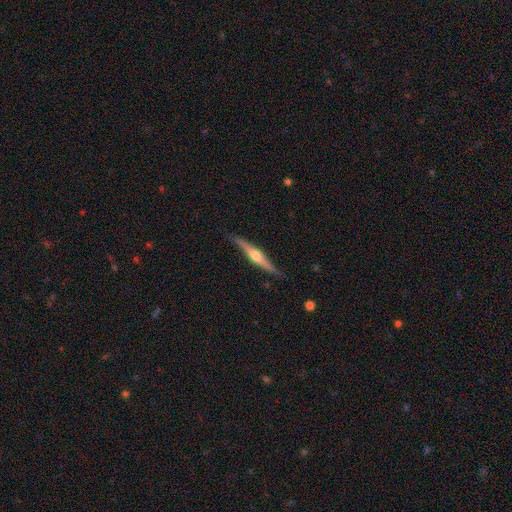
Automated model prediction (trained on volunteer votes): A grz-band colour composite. It shows a featured or disk galaxy (74%) viewed edge-on (97%) with a rounded central bulge (89%). Merging: none (84%).